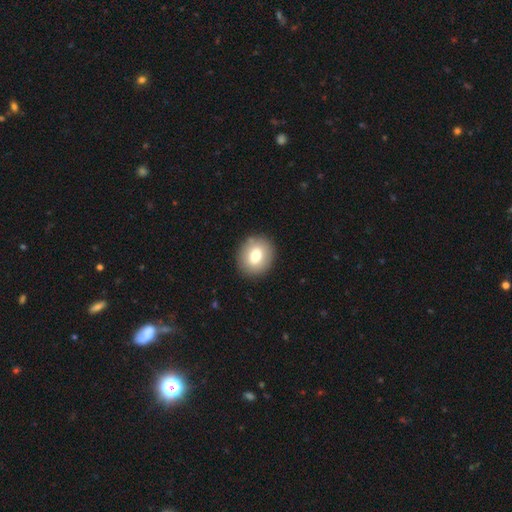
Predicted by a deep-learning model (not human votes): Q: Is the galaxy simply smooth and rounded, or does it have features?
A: smooth — 74%.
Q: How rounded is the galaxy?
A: round — 68%.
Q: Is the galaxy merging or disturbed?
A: none — 89%.